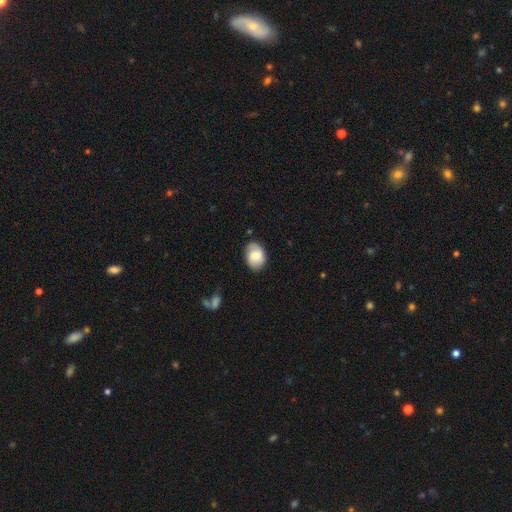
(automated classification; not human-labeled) Smooth or featured? smooth (56%)
How rounded? in between (67%)
Merging? none (73%)